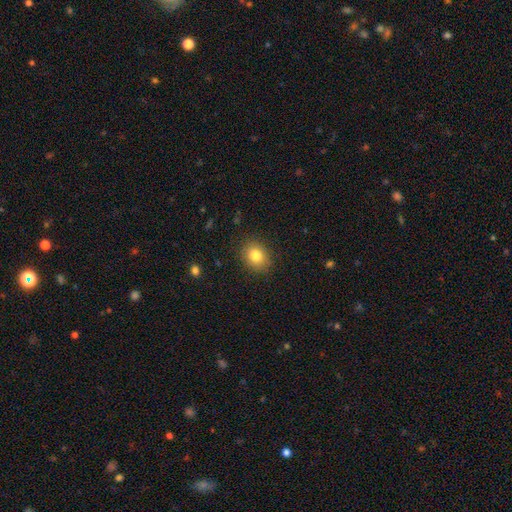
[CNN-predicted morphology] smooth-or-featured: smooth: 82% | star or artifact: 10% | featured or disk: 8%
  how-rounded: round: 59% | in between: 40% | cigar-shaped: 1%
  merging: none: 87% | minor disturbance: 9% | major disturbance: 3% | merger: 1%